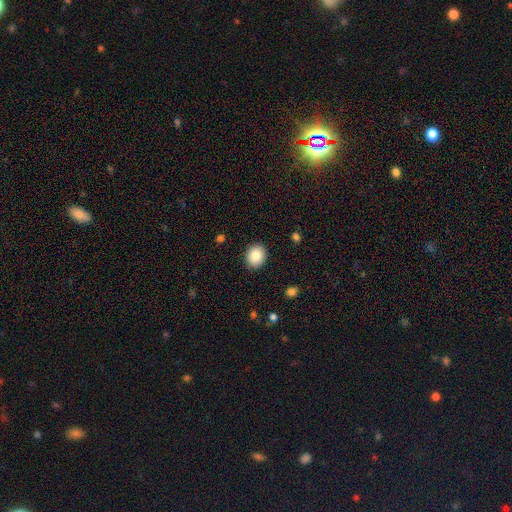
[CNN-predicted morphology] Smooth or featured: smooth — 84% (star or artifact — 8%)
How rounded: round — 65% (in between — 34%)
Merging: none — 90% (minor disturbance — 7%)